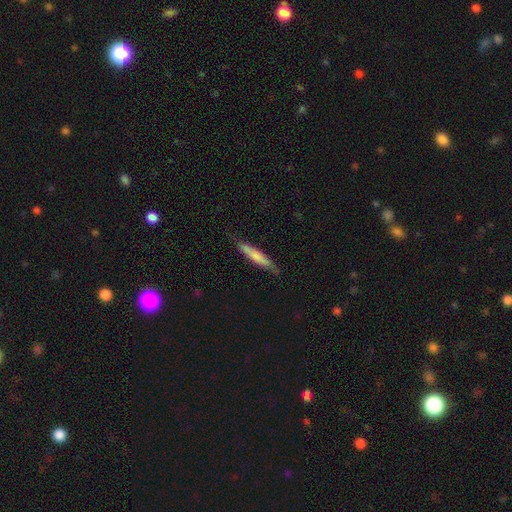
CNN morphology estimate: A smooth galaxy with no disk features (64%) that is cigar-shaped (91%).

Vote fractions:
- Smooth or featured? smooth: 64% / featured or disk: 30% / star or artifact: 5%
- How rounded? cigar-shaped: 91% / in between: 8% / round: 1%
- Merging? none: 78% / minor disturbance: 17% / major disturbance: 3% / merger: 1%